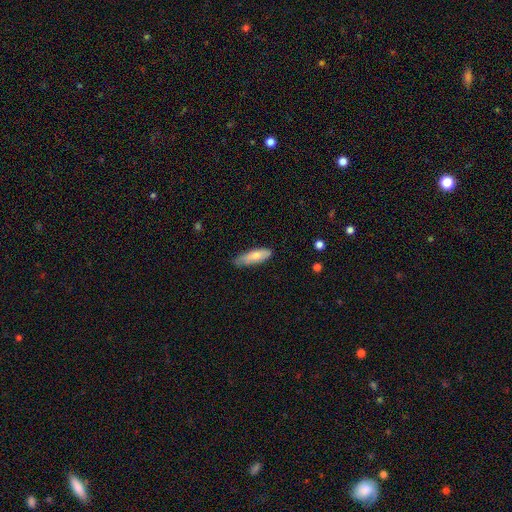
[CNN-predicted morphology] Overall: smooth (73%). How rounded: in between (54%; cigar-shaped 44%). Merging: none (60%; minor disturbance 32%).